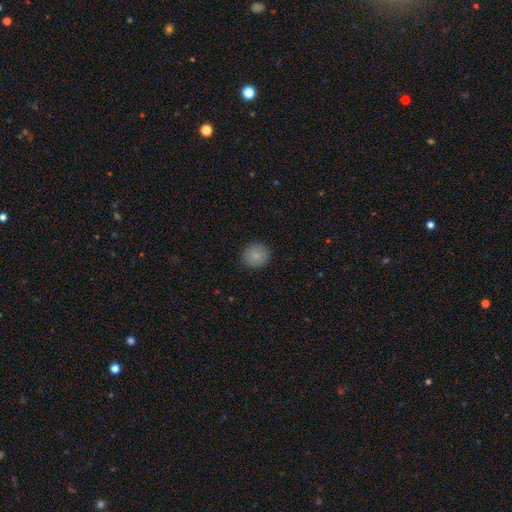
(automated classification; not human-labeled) smooth 84%, star or artifact 9%, featured or disk 7%. Down the decision tree: how rounded — round (85%); merging — none (89%).